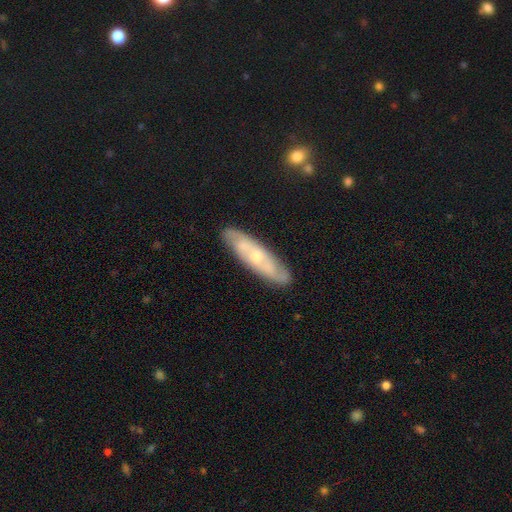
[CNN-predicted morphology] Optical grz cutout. It shows a featured or disk galaxy (65%). Merging: none (84%).